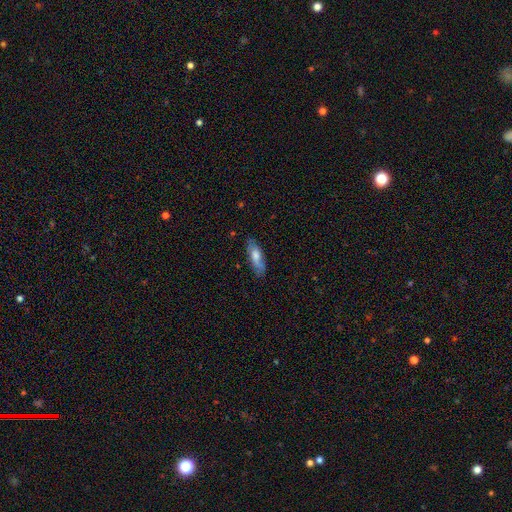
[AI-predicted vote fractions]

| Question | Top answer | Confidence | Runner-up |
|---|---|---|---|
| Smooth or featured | smooth | 65% | featured or disk (29%) |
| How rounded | in between | 56% | cigar-shaped (42%) |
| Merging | none | 77% | minor disturbance (18%) |